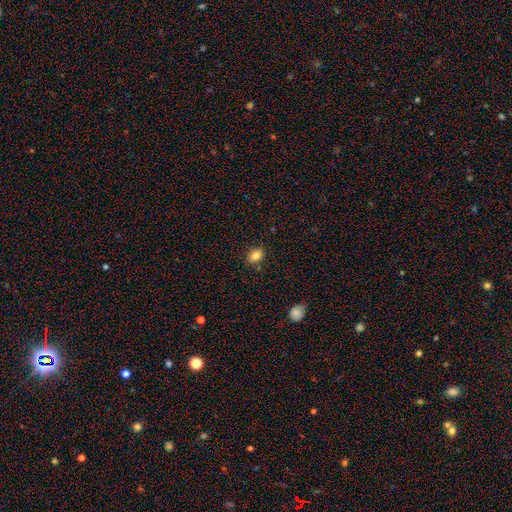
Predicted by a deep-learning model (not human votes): Overall: smooth (84%). How rounded: in between (57%; round 42%). Merging: none (86%).